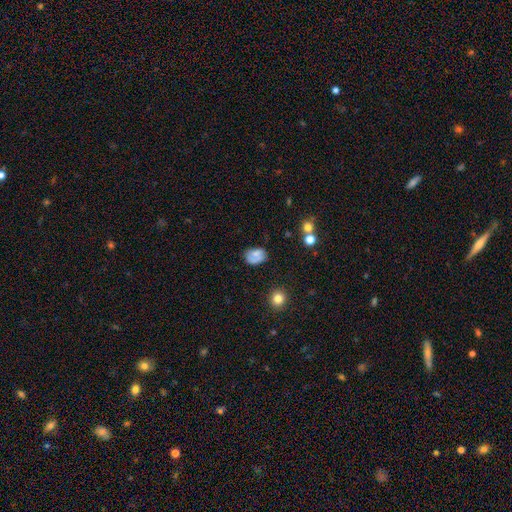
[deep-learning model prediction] This appears to be a smooth galaxy with no disk features (64%) that is in between round and cigar-shaped (74%). Merging: none (52%).